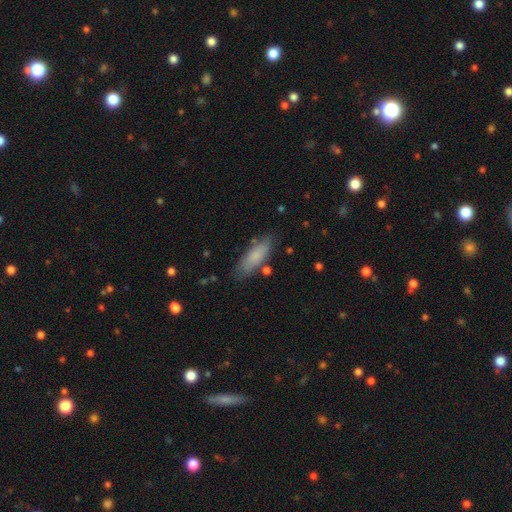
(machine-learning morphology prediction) Smooth or featured? smooth (78%)
How rounded? in between (63%)
Merging? none (77%)